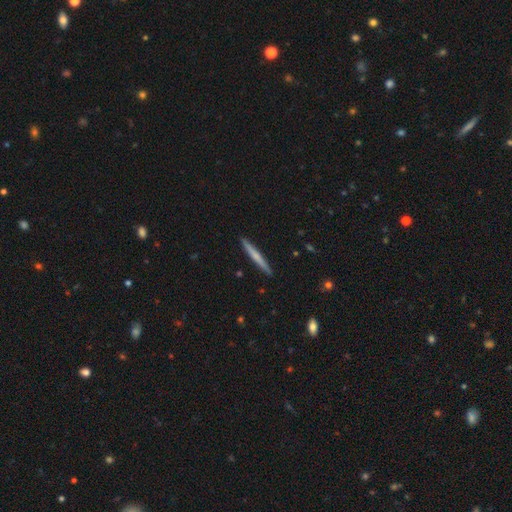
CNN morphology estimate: Smooth or featured? smooth (54%)
How rounded? cigar-shaped (96%)
Merging? none (92%)